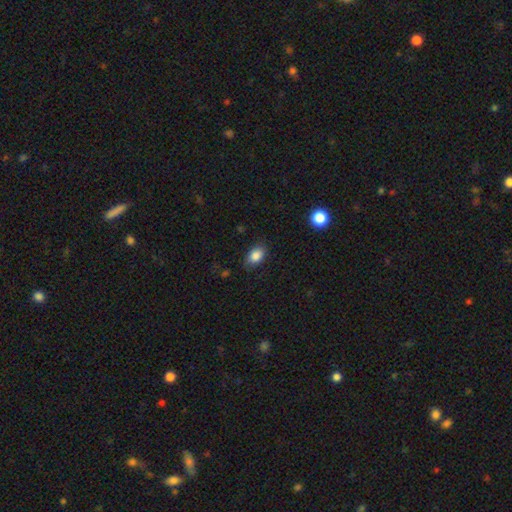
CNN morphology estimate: A smooth galaxy with no disk features (86%) that is in between round and cigar-shaped (85%).

Vote fractions:
- Smooth or featured? smooth: 86% / star or artifact: 9% / featured or disk: 6%
- How rounded? in between: 85% / round: 14% / cigar-shaped: 1%
- Merging? none: 81% / minor disturbance: 15% / major disturbance: 3% / merger: 1%